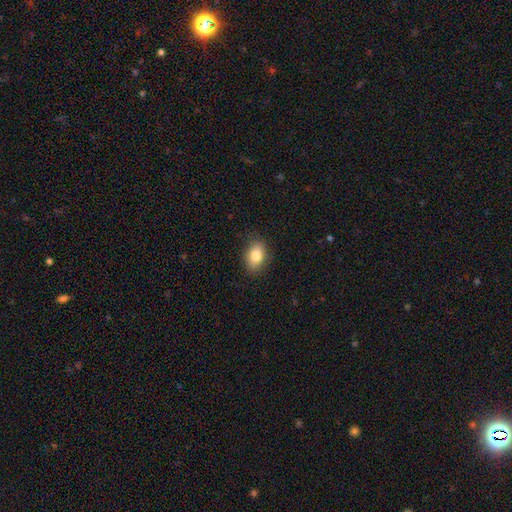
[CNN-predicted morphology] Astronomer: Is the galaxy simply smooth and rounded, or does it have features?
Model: smooth — 80%.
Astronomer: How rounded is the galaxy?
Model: in between — 82%.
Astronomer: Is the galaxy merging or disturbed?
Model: none — 86%.